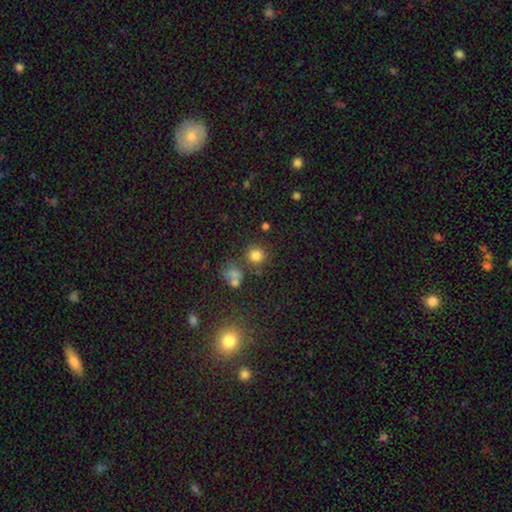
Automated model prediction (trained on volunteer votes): Smooth or featured?
  - smooth: 78% *
  - star or artifact: 16%
  - featured or disk: 7%
How rounded?
  - round: 90% *
  - in between: 9%
  - cigar-shaped: 1%
Merging?
  - none: 74% *
  - merger: 11%
  - minor disturbance: 10%
  - major disturbance: 4%